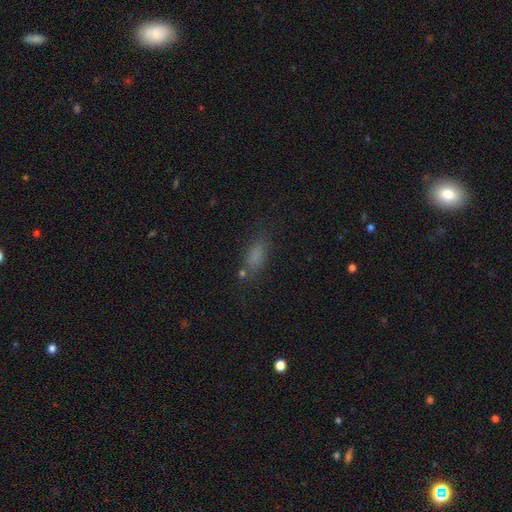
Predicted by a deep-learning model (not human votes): smooth-or-featured: smooth: 76% | star or artifact: 16% | featured or disk: 8%
  how-rounded: in between: 76% | cigar-shaped: 19% | round: 5%
  merging: none: 71% | minor disturbance: 17% | major disturbance: 8% | merger: 5%